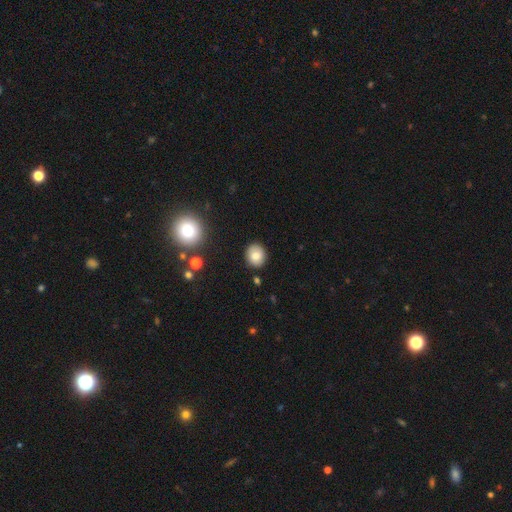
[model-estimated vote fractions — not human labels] This is likely a smooth galaxy (80%). How rounded: likely round (73%). Merging: clearly none (88%).